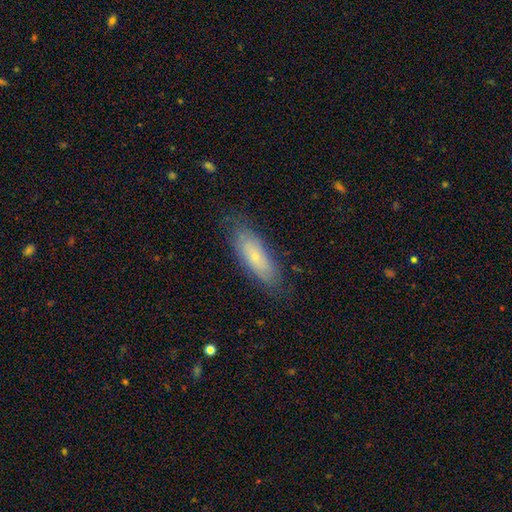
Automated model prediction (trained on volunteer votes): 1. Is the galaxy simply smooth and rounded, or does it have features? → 62% smooth, 28% featured or disk, 10% star or artifact.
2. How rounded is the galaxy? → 57% cigar-shaped, 41% in between, 2% round.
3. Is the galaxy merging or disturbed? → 83% none, 13% minor disturbance, 3% major disturbance, 1% merger.